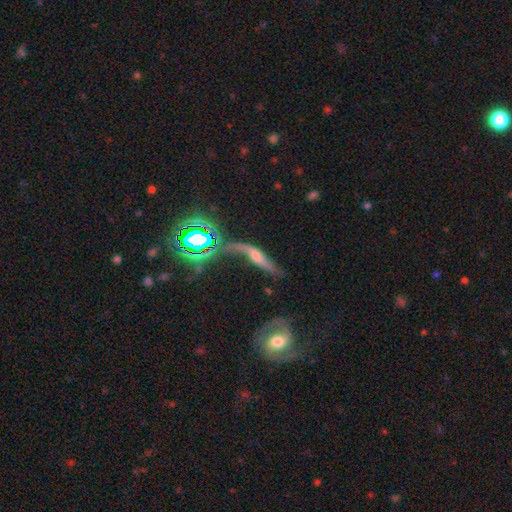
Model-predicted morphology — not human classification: Smooth or featured? featured or disk (64%)
Edge-on disk? no (57%)
Merging? none (42%)